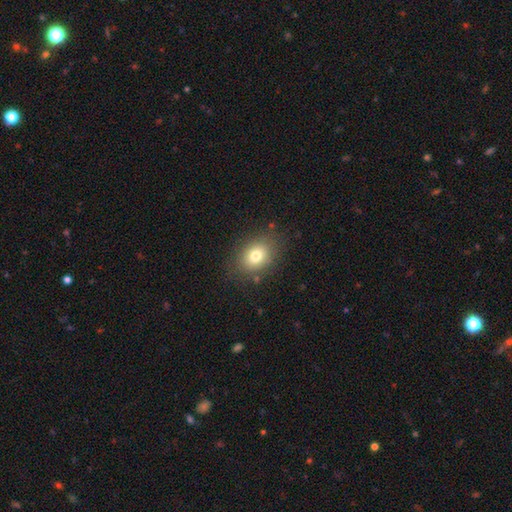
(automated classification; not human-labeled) The model was most divided on "how rounded": in between: 66%, round: 33%, cigar-shaped: 1%. More confident: merging — none (81%); smooth or featured — smooth (77%).